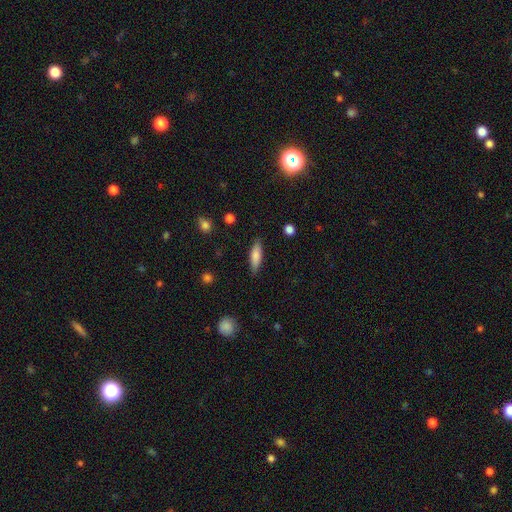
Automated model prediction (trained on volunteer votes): This is likely a smooth galaxy (80%). How rounded: possibly cigar-shaped (55%). Merging: clearly none (86%).